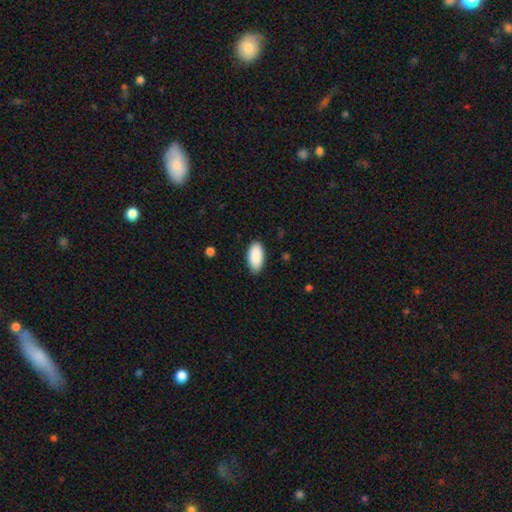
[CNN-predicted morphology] smooth 90%, star or artifact 6%, featured or disk 4%. Down the decision tree: how rounded — in between (95%); merging — none (85%).